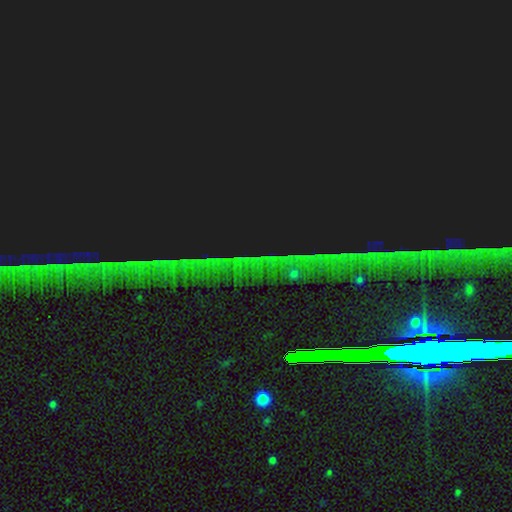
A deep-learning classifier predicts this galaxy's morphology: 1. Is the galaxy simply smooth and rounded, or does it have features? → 84% star or artifact, 8% smooth, 8% featured or disk.